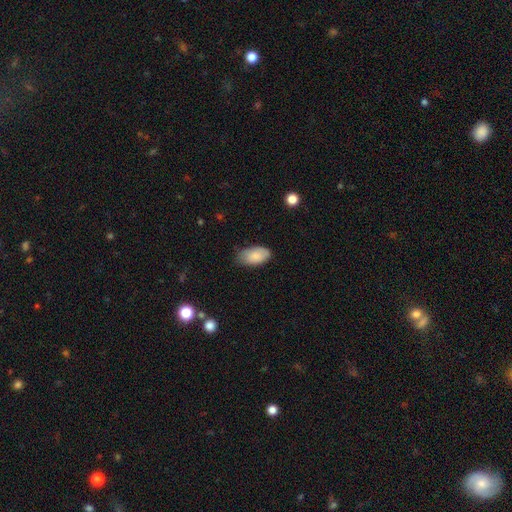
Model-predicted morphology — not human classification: Q: Smooth or featured?
A: smooth (82%); runner-up: featured or disk (12%)
Q: How rounded?
A: in between (94%); runner-up: round (3%)
Q: Merging?
A: none (66%); runner-up: minor disturbance (28%)